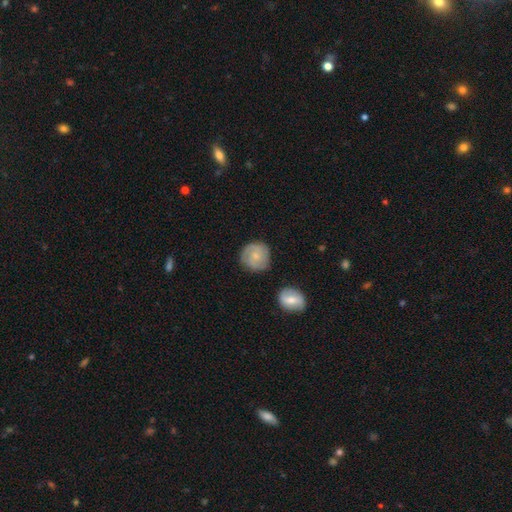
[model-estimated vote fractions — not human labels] The model was most divided on "smooth or featured": smooth: 48%, featured or disk: 46%, star or artifact: 6%. More confident: merging — none (78%).